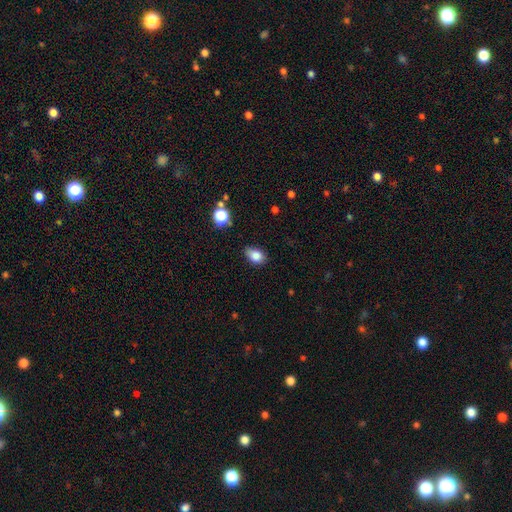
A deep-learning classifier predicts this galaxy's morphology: The model was most divided on "merging": none: 66%, minor disturbance: 27%, major disturbance: 5%, merger: 2%. More confident: smooth or featured — smooth (83%); how rounded — in between (80%).